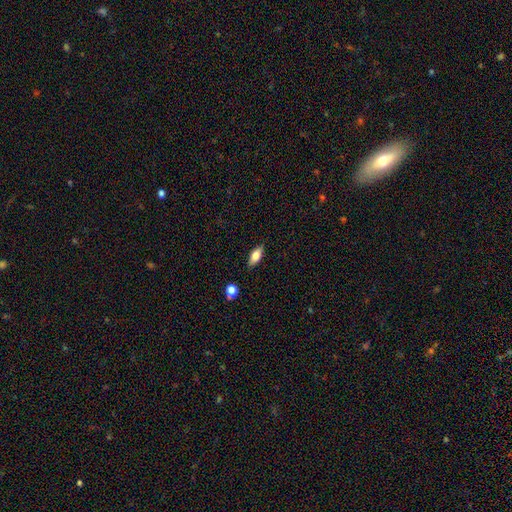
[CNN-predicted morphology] smooth-or-featured: smooth: 71% | featured or disk: 21% | star or artifact: 8%
  how-rounded: in between: 81% | cigar-shaped: 15% | round: 4%
  merging: none: 86% | minor disturbance: 11% | major disturbance: 2% | merger: 2%